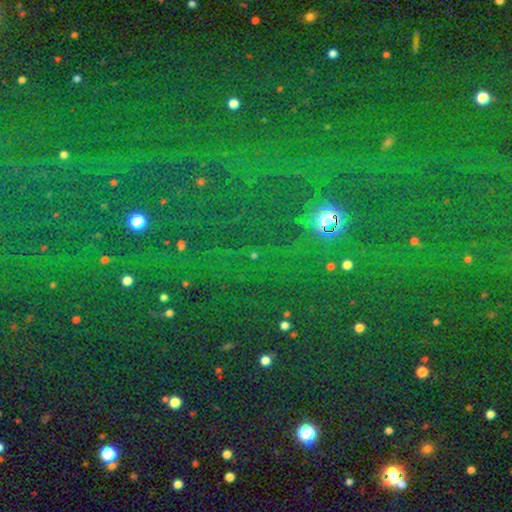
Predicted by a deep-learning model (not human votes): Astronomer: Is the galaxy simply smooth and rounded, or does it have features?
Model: star or artifact — 82%.